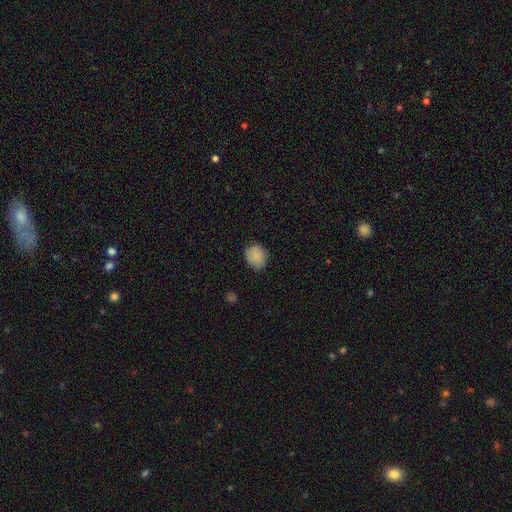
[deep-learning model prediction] Overall: smooth (86%). How rounded: round (69%; in between 30%). Merging: none (82%).